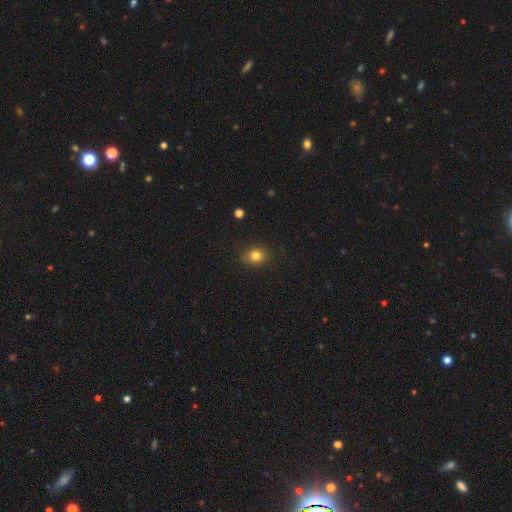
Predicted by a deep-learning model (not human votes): smooth 81%, star or artifact 12%, featured or disk 6%. Down the decision tree: how rounded — round (71%); merging — none (86%).